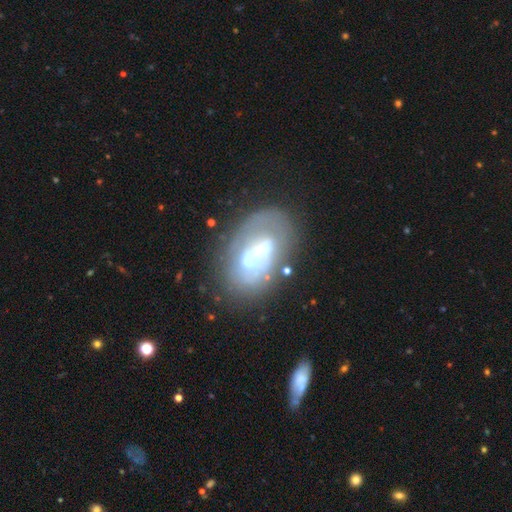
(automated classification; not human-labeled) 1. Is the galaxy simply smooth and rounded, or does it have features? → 63% featured or disk, 26% smooth, 10% star or artifact.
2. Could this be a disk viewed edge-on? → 91% no, 9% yes.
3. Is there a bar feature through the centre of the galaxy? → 55% strong, 25% weak, 20% no.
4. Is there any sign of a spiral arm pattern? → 62% no, 38% yes.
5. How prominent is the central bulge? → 34% moderate, 23% large, 20% none, 18% small, 6% dominant.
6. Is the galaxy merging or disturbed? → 52% none, 21% minor disturbance, 19% major disturbance, 8% merger.